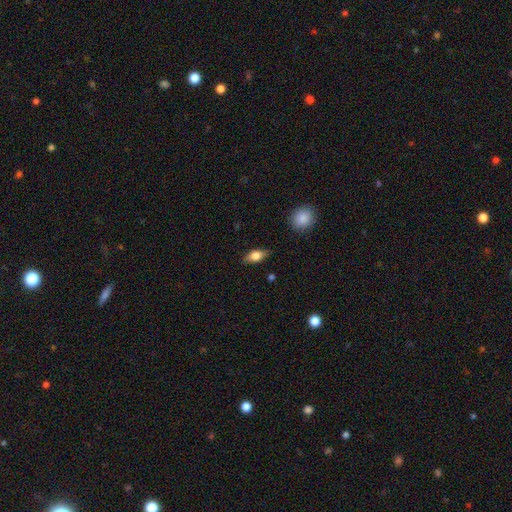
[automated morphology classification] Q: Smooth or featured?
A: smooth (72%); runner-up: featured or disk (21%)
Q: How rounded?
A: in between (83%); runner-up: cigar-shaped (11%)
Q: Merging?
A: none (82%); runner-up: minor disturbance (13%)